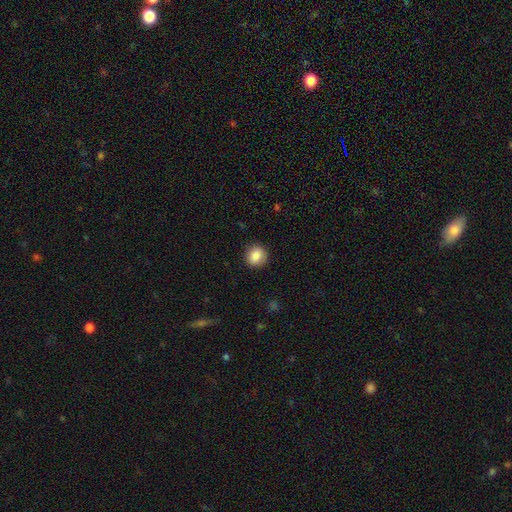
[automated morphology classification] A smooth galaxy with no disk features (86%) that is round (87%). Merging: none (89%).